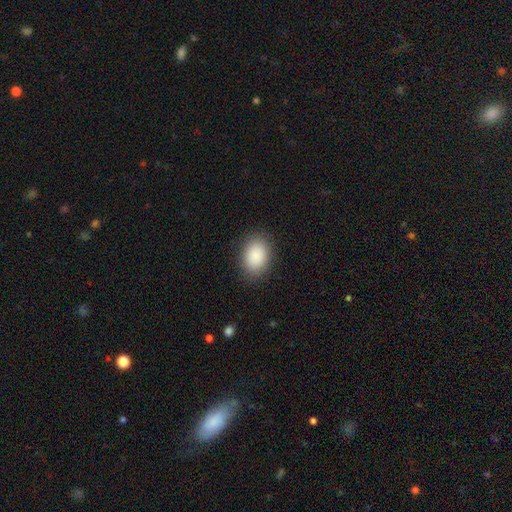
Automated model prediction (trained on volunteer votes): A smooth galaxy with no disk features (89%) that is in between round and cigar-shaped (69%). Merging: none (88%).